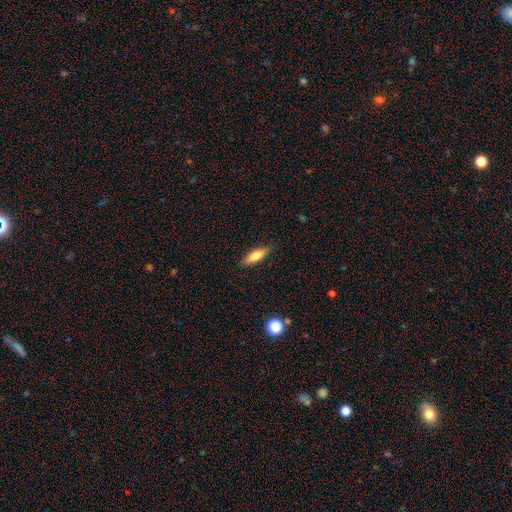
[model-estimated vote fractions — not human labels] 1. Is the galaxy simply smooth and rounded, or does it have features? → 66% smooth, 28% featured or disk, 7% star or artifact.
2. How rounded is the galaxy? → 51% cigar-shaped, 47% in between, 2% round.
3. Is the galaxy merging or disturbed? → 87% none, 10% minor disturbance, 2% major disturbance, 1% merger.